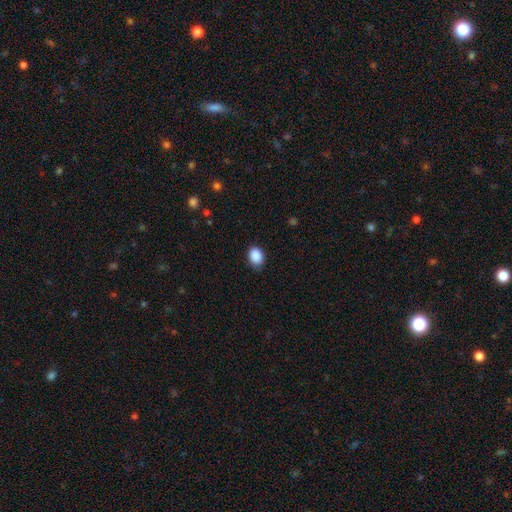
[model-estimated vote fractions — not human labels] Smooth or featured? smooth (89%)
How rounded? in between (64%)
Merging? none (80%)